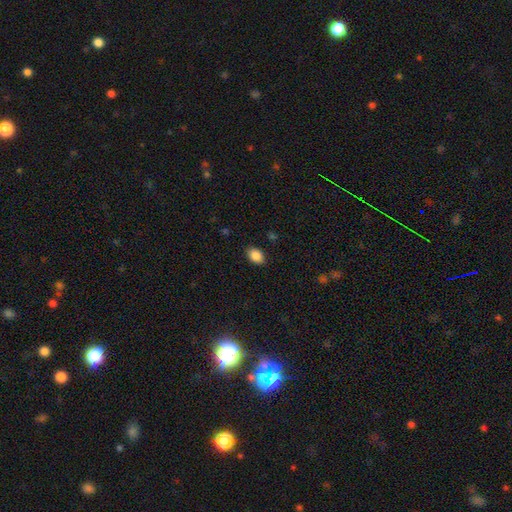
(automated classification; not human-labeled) A smooth galaxy with no disk features (88%) that is in between round and cigar-shaped (84%).

Vote fractions:
- Smooth or featured? smooth: 88% / star or artifact: 8% / featured or disk: 4%
- How rounded? in between: 84% / round: 15% / cigar-shaped: 1%
- Merging? none: 87% / minor disturbance: 9% / major disturbance: 2% / merger: 1%